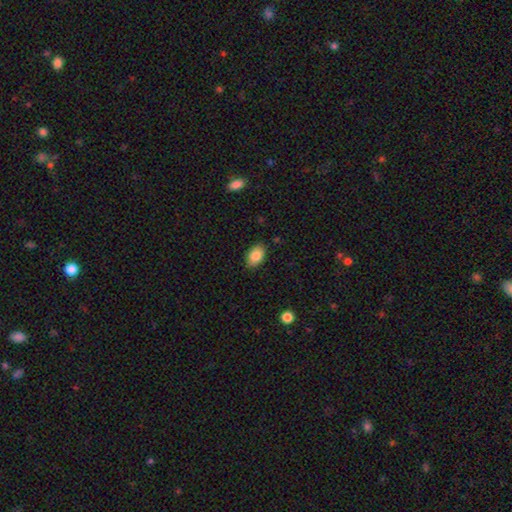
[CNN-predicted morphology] This is clearly a smooth galaxy (87%). How rounded: clearly in between (90%). Merging: clearly none (85%).